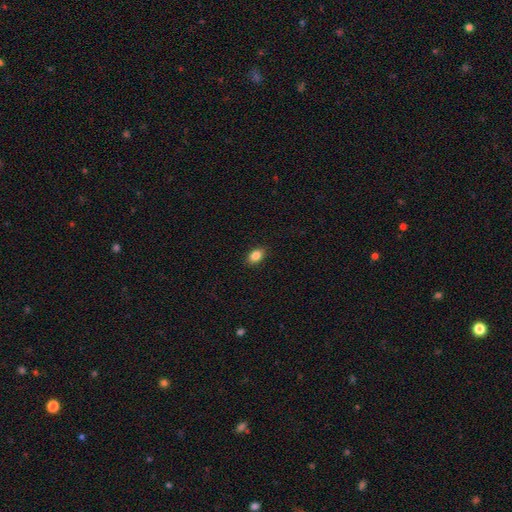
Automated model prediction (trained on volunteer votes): Smooth or featured? Predicted: smooth (p=0.86). How rounded? Predicted: in between (p=0.84). Merging? Predicted: none (p=0.89).